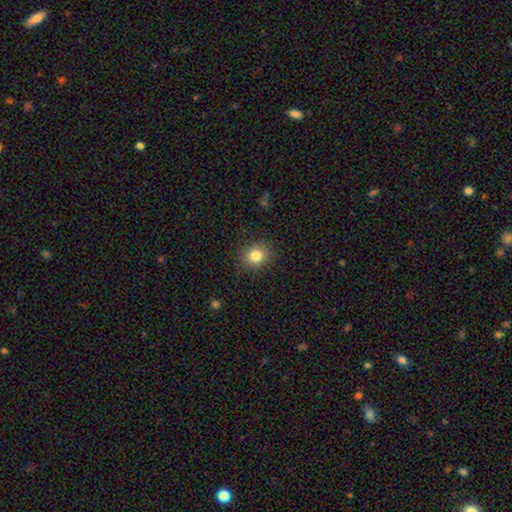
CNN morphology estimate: A smooth galaxy with no disk features (82%) that is round (77%).

Vote fractions:
- Smooth or featured? smooth: 82% / star or artifact: 11% / featured or disk: 7%
- How rounded? round: 77% / in between: 22% / cigar-shaped: 1%
- Merging? none: 88% / minor disturbance: 8% / major disturbance: 3% / merger: 1%